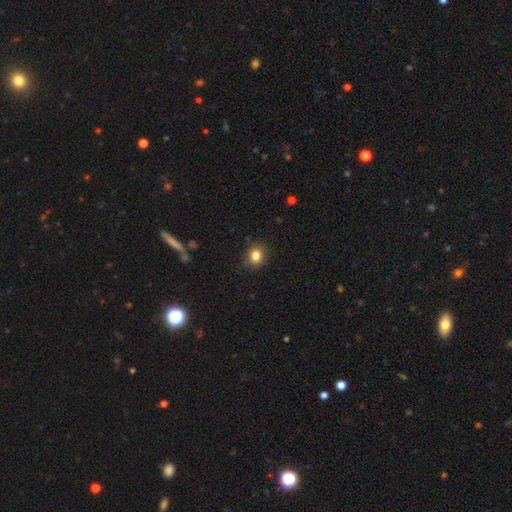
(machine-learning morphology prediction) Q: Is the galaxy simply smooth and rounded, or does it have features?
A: smooth — 83%.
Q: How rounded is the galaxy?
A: round — 73%.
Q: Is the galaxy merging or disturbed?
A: none — 86%.